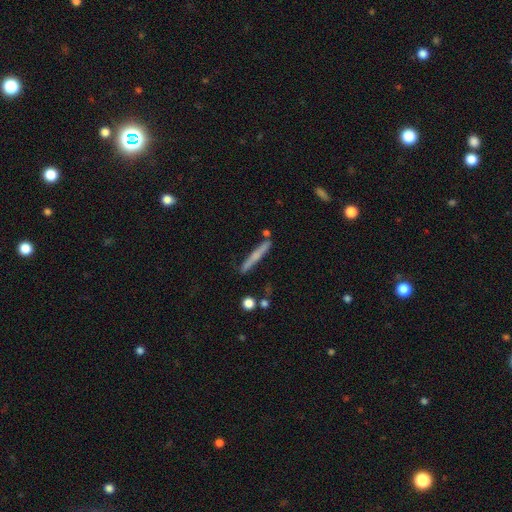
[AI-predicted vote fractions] The model was most divided on "smooth or featured": smooth: 51%, featured or disk: 42%, star or artifact: 7%. More confident: how rounded — cigar-shaped (95%); merging — none (83%).